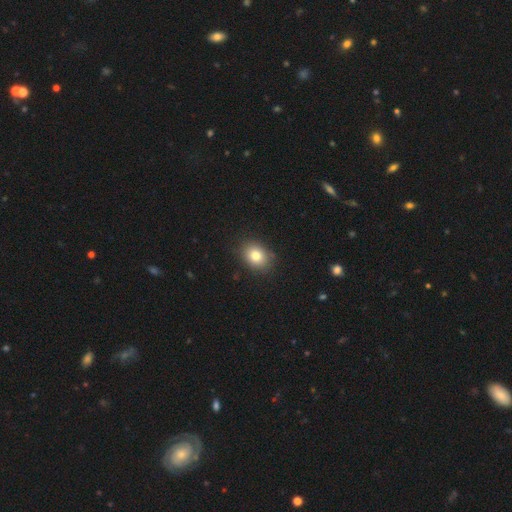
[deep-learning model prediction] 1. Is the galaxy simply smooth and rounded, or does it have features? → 81% smooth, 10% star or artifact, 9% featured or disk.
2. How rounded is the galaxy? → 56% in between, 44% round, 1% cigar-shaped.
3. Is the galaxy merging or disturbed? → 86% none, 10% minor disturbance, 3% major disturbance, 1% merger.